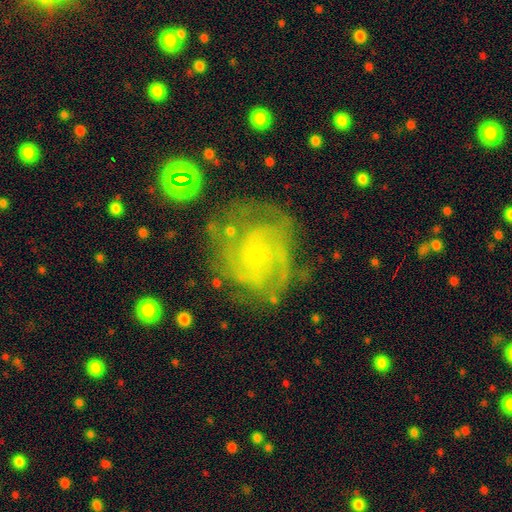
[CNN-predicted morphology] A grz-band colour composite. It shows a featured or disk galaxy (82%) with no bar (75%), tight (63%) spiral arms (94%) and a small central bulge (85%). Merging: none (64%).